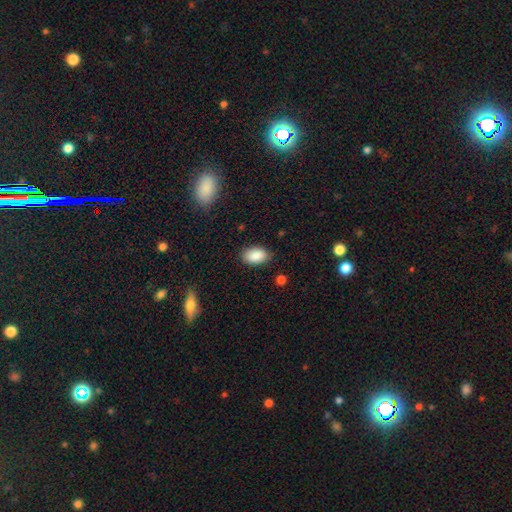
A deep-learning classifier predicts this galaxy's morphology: The model was most divided on "merging": none: 84%, minor disturbance: 12%, major disturbance: 3%, merger: 1%. More confident: how rounded — in between (91%); smooth or featured — smooth (88%).